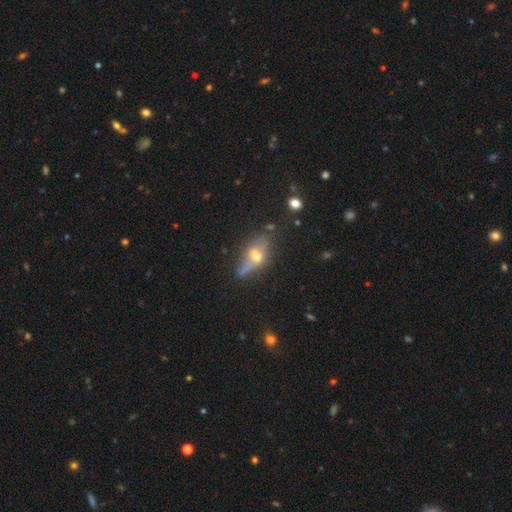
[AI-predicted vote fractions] A featured or disk galaxy (44%). Merging: none (50%).